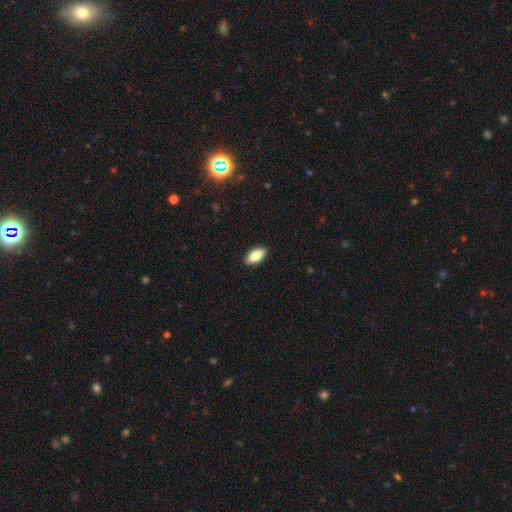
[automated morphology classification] The model was most divided on "smooth or featured": smooth: 79%, featured or disk: 15%, star or artifact: 6%. More confident: merging — none (90%); how rounded — in between (86%).